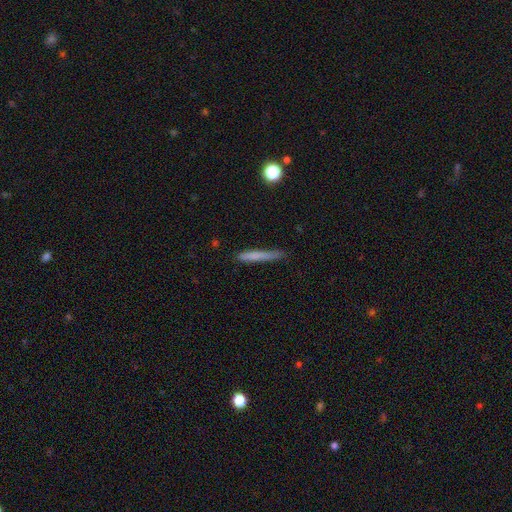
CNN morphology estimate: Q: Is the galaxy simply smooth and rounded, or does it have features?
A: smooth — 72%.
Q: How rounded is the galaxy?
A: cigar-shaped — 95%.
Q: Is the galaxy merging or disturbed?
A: none — 76%.